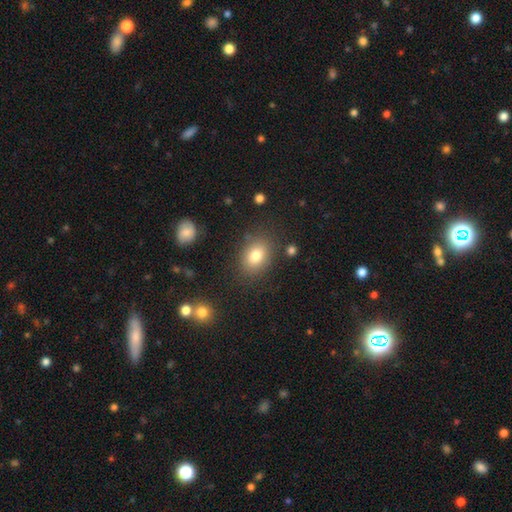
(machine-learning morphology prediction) smooth 79%, star or artifact 11%, featured or disk 10%. Down the decision tree: how rounded — in between (68%); merging — none (82%).